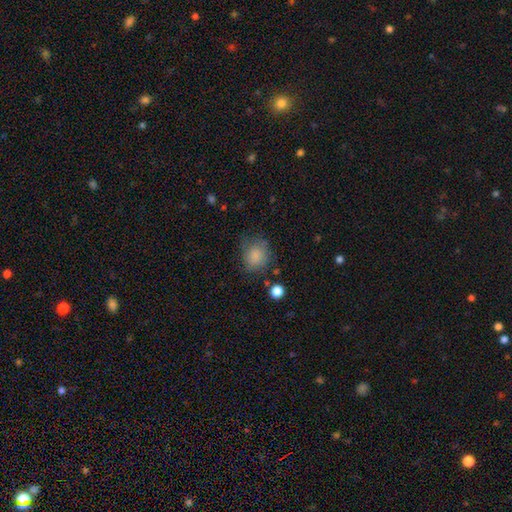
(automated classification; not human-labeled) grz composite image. It shows a smooth galaxy with no disk features (83%) that is round (71%). Merging: none (69%).